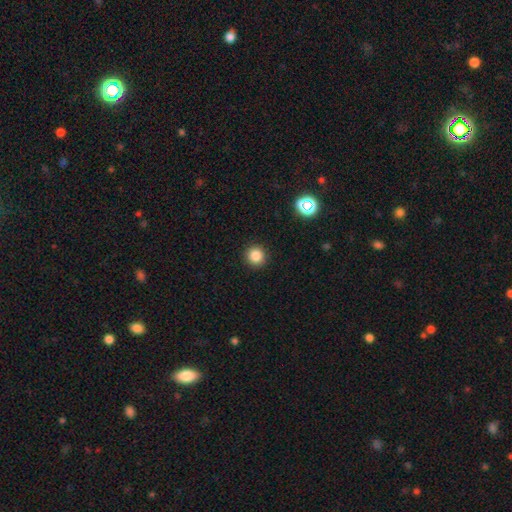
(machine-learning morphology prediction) smooth 84%, star or artifact 12%, featured or disk 4%. Down the decision tree: how rounded — round (94%); merging — none (92%).